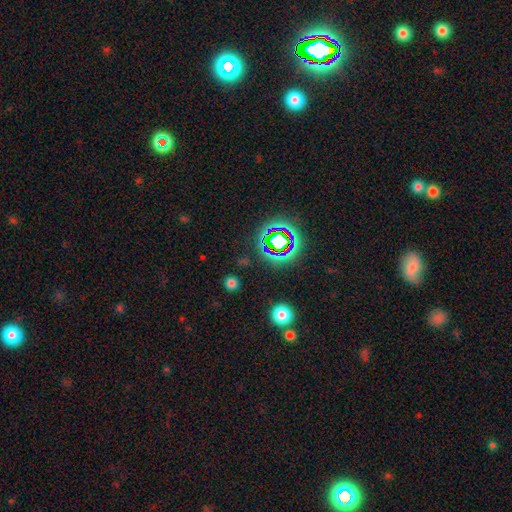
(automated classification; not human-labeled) smooth-or-featured: star or artifact: 71% | smooth: 17% | featured or disk: 12%